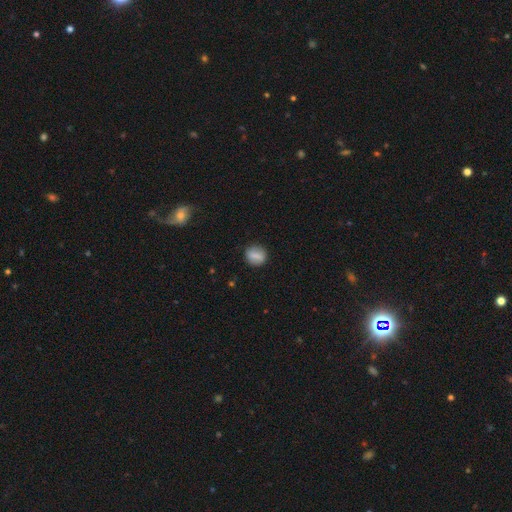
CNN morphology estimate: Smooth or featured: smooth — 71% (featured or disk — 21%)
How rounded: round — 64% (in between — 33%)
Merging: none — 85% (minor disturbance — 10%)